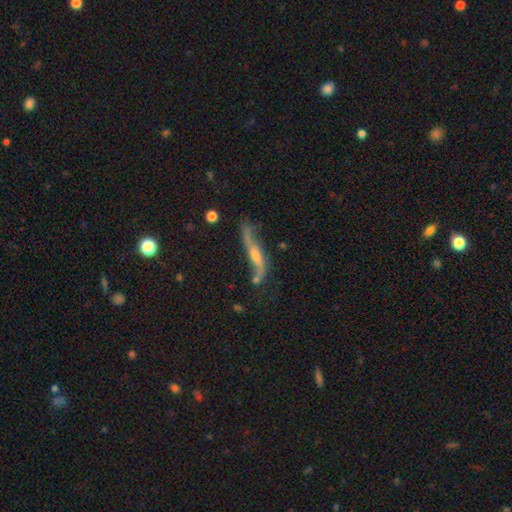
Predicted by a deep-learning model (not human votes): smooth-or-featured: featured or disk: 68% | smooth: 24% | star or artifact: 8%
  disk-edge-on: yes: 50% (tied) | no: 50% (tied)
  merging: none: 47% | minor disturbance: 26% | major disturbance: 17% | merger: 11%